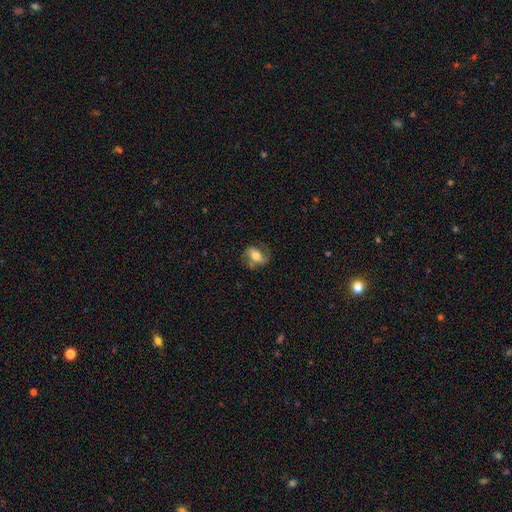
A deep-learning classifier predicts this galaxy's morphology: Smooth or featured? Predicted: featured or disk (p=0.51). Edge-on disk? Predicted: no (p=0.93). Merging? Predicted: none (p=0.65).